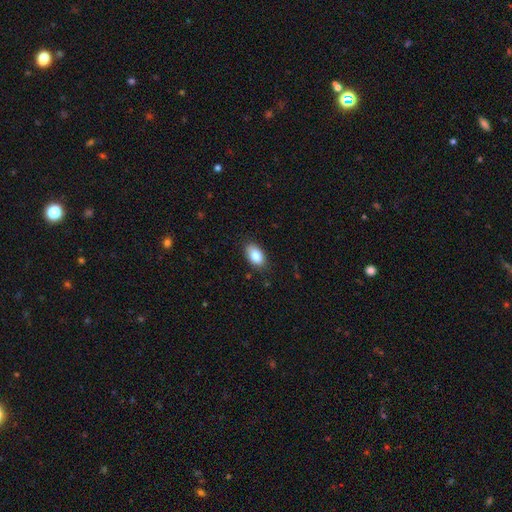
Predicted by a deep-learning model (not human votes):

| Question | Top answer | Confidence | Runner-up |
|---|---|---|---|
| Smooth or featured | smooth | 85% | featured or disk (8%) |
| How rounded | in between | 91% | round (7%) |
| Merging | none | 83% | minor disturbance (13%) |